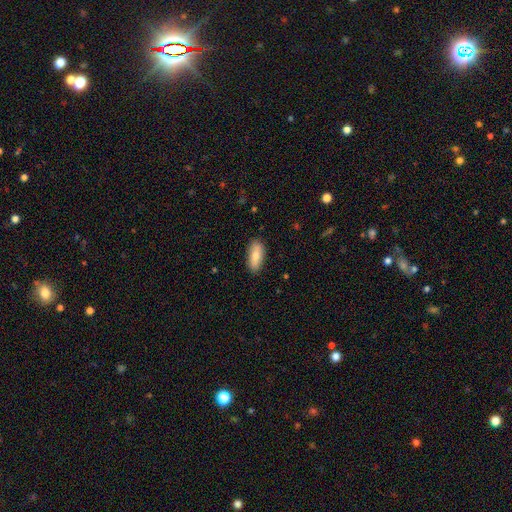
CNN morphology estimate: Smooth or featured?
  - smooth: 79% *
  - featured or disk: 15%
  - star or artifact: 6%
How rounded?
  - in between: 79% *
  - cigar-shaped: 19%
  - round: 2%
Merging?
  - none: 87% *
  - minor disturbance: 10%
  - major disturbance: 2%
  - merger: 1%